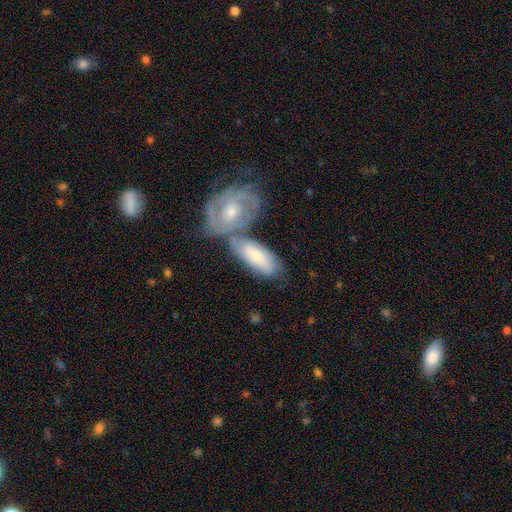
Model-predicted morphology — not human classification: Q: Smooth or featured?
A: smooth (47%); tied with: featured or disk (47%)
Q: Merging?
A: merger (42%); runner-up: none (39%)